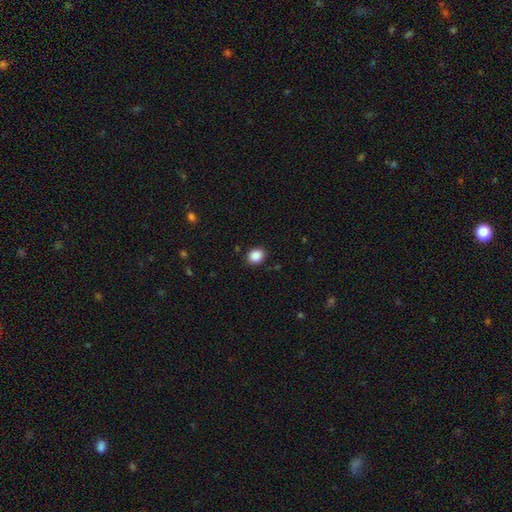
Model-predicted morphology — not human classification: smooth-or-featured: smooth: 88% | star or artifact: 9% | featured or disk: 3%
  how-rounded: round: 60% | in between: 39% | cigar-shaped: 1%
  merging: none: 89% | minor disturbance: 8% | major disturbance: 2% | merger: 1%